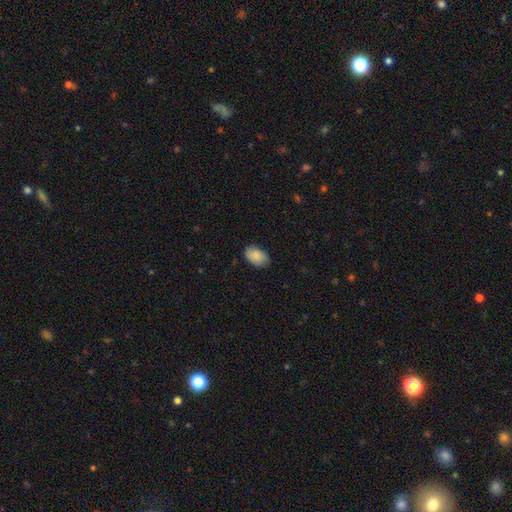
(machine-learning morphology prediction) smooth_or_featured: smooth (p=0.86) [alt: featured or disk p=0.07]
how_rounded: in between (p=0.91) [alt: round p=0.08]
merging: none (p=0.81) [alt: minor disturbance p=0.15]